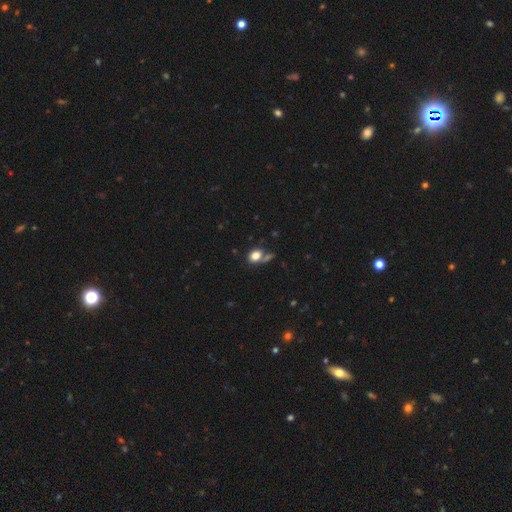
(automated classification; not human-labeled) Overall: smooth (81%). How rounded: in between (56%; round 42%). Merging: none (51%; merger 24%).